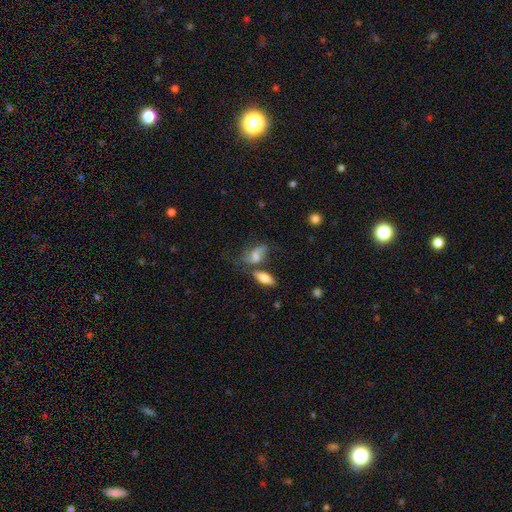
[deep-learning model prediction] Smooth or featured: smooth — 54% (featured or disk — 34%)
How rounded: in between — 82% (round — 12%)
Merging: none — 36% (merger — 27%)